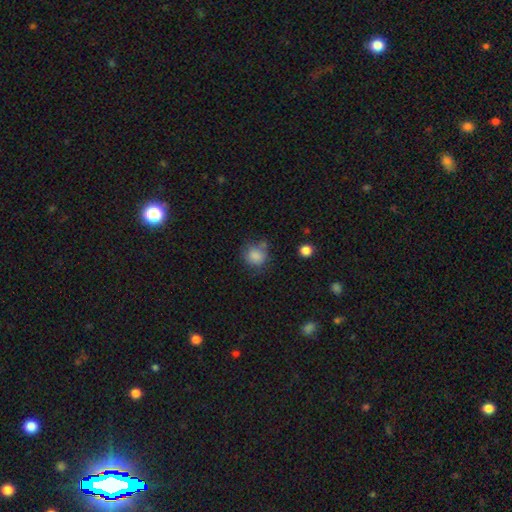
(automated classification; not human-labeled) Smooth or featured? smooth (84%)
How rounded? round (80%)
Merging? none (65%)